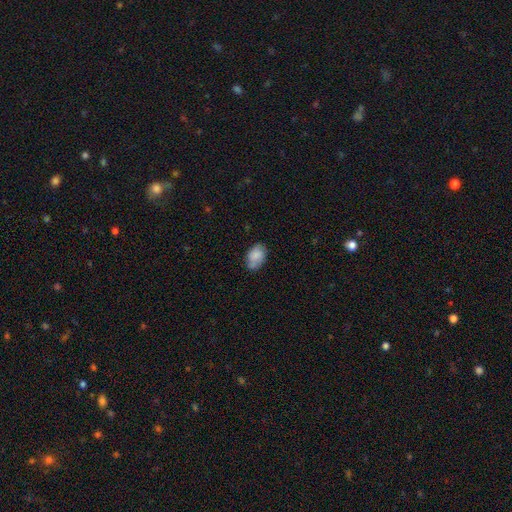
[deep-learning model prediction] A smooth galaxy with no disk features (78%) that is in between round and cigar-shaped (87%).

Vote fractions:
- Smooth or featured? smooth: 78% / featured or disk: 14% / star or artifact: 8%
- How rounded? in between: 87% / round: 12% / cigar-shaped: 1%
- Merging? none: 65% / minor disturbance: 26% / major disturbance: 5% / merger: 4%